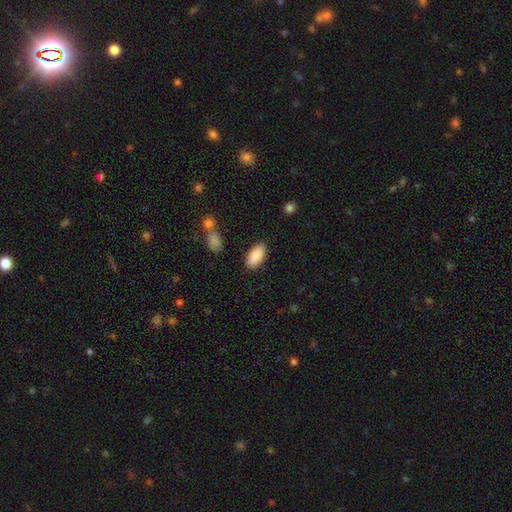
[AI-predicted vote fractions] Q: Smooth or featured?
A: smooth (87%); runner-up: featured or disk (6%)
Q: How rounded?
A: in between (91%); runner-up: cigar-shaped (7%)
Q: Merging?
A: none (85%); runner-up: minor disturbance (10%)